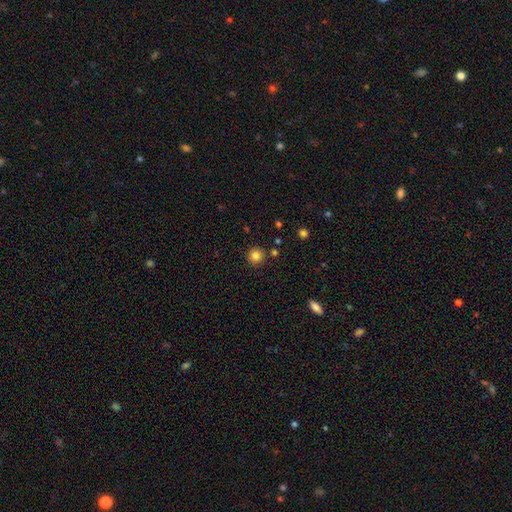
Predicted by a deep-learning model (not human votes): Smooth or featured? Predicted: smooth (p=0.83). How rounded? Predicted: round (p=0.94). Merging? Predicted: none (p=0.88).